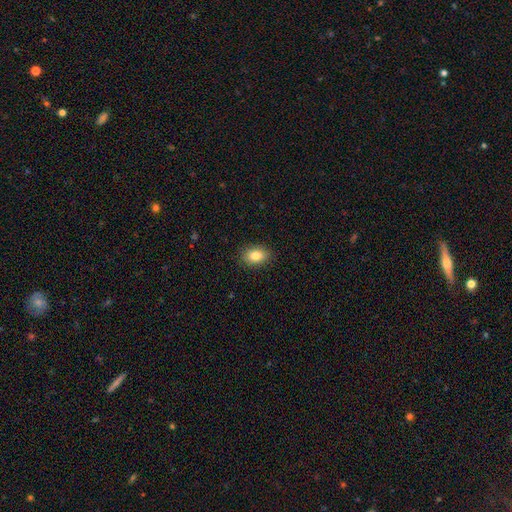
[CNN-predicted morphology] Smooth or featured?
  - smooth: 83% *
  - star or artifact: 8%
  - featured or disk: 8%
How rounded?
  - in between: 80% *
  - round: 19%
  - cigar-shaped: 1%
Merging?
  - none: 88% *
  - minor disturbance: 8%
  - major disturbance: 2%
  - merger: 1%